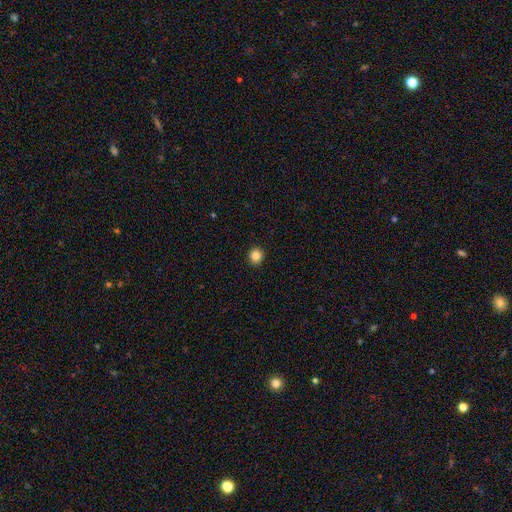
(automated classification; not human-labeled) The model was most divided on "smooth or featured": smooth: 86%, star or artifact: 11%, featured or disk: 3%. More confident: merging — none (93%); how rounded — round (90%).